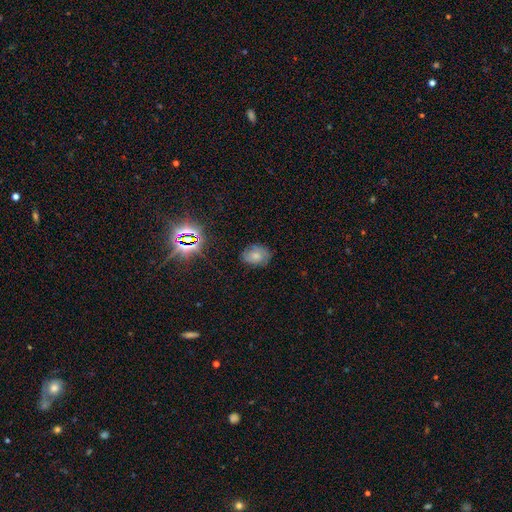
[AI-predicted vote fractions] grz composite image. It shows a smooth galaxy with no disk features (63%) that is in between round and cigar-shaped (69%). Merging: none (74%).